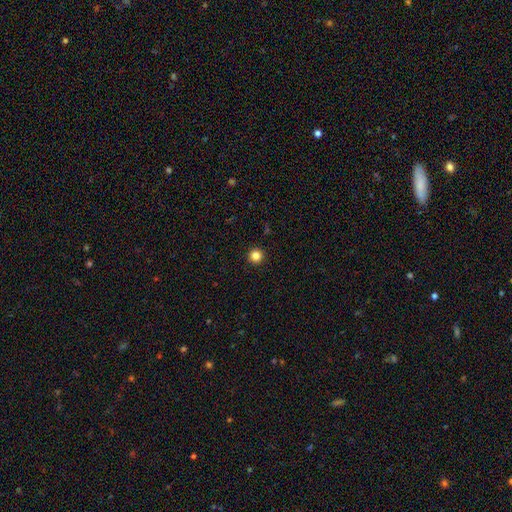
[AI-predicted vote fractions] Smooth or featured: smooth — 84% (star or artifact — 12%)
How rounded: round — 97% (in between — 2%)
Merging: none — 94% (minor disturbance — 4%)